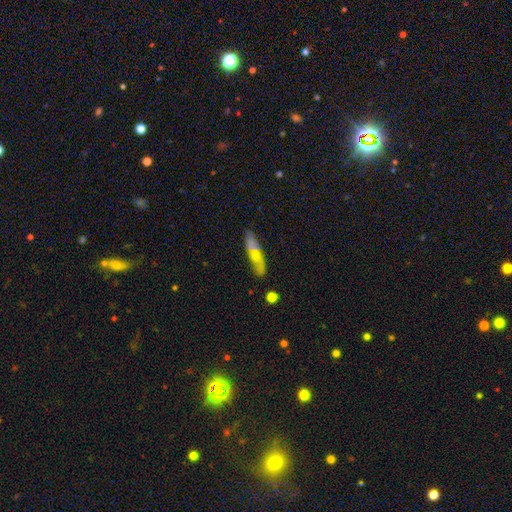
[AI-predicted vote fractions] Smooth or featured? Predicted: smooth (p=0.62). How rounded? Predicted: cigar-shaped (p=0.63). Merging? Predicted: none (p=0.70).